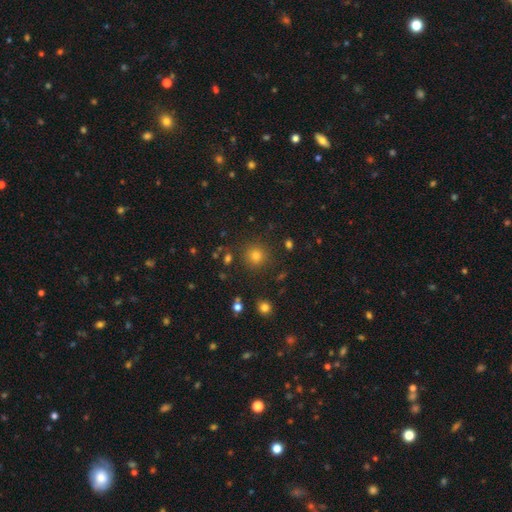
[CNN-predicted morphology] A smooth galaxy with no disk features (74%) that is round (94%). Merging: none (88%).